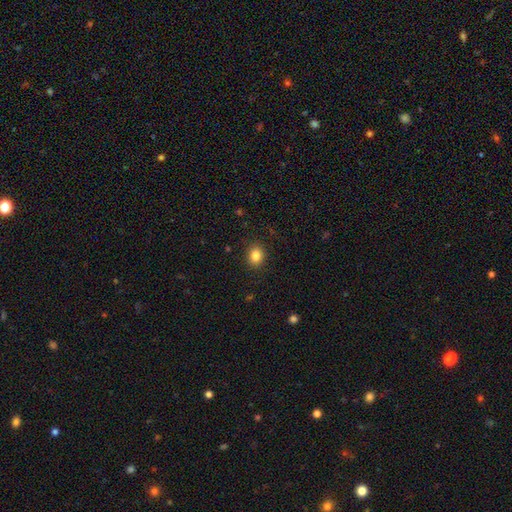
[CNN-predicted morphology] This appears to be a smooth galaxy with no disk features (84%) that is round (62%). Merging: none (89%).